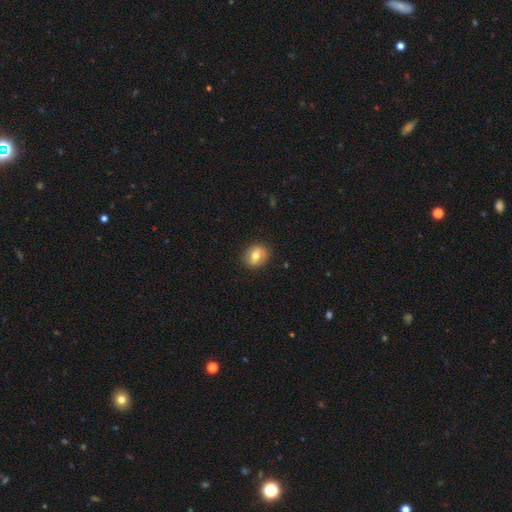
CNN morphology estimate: smooth-or-featured: smooth: 67% | featured or disk: 25% | star or artifact: 8%
  how-rounded: round: 63% | in between: 36% | cigar-shaped: 1%
  merging: none: 87% | minor disturbance: 9% | major disturbance: 2% | merger: 1%